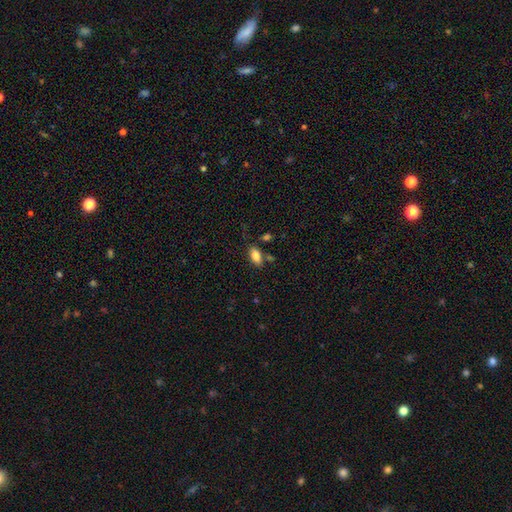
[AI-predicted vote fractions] Morphology: type=smooth (84%); roundness=in between (91%); merging=none (72%).